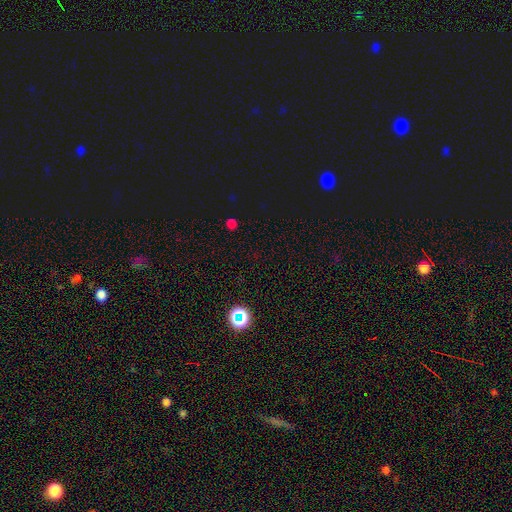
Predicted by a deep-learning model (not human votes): Smooth or featured: star or artifact — 65% (smooth — 28%)